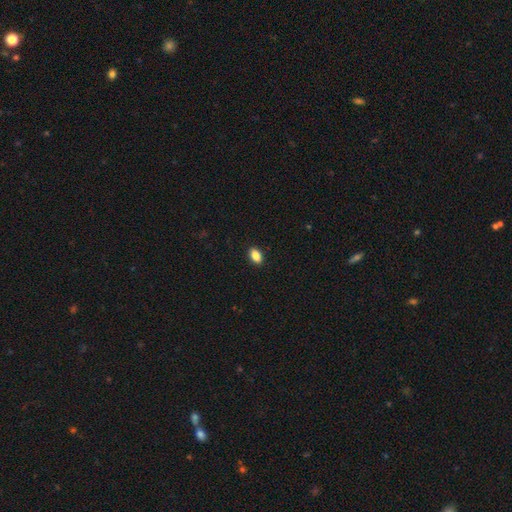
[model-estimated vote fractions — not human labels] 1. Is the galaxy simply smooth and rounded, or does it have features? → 87% smooth, 9% star or artifact, 5% featured or disk.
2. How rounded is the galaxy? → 88% in between, 10% round, 2% cigar-shaped.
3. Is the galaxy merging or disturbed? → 91% none, 7% minor disturbance, 2% major disturbance, 1% merger.